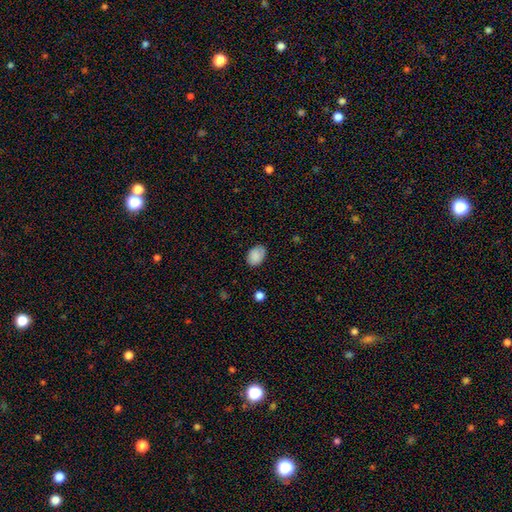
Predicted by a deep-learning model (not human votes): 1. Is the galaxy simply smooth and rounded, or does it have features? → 86% smooth, 8% star or artifact, 6% featured or disk.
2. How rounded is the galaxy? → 69% in between, 30% round, 1% cigar-shaped.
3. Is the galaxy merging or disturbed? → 76% none, 19% minor disturbance, 4% major disturbance, 1% merger.